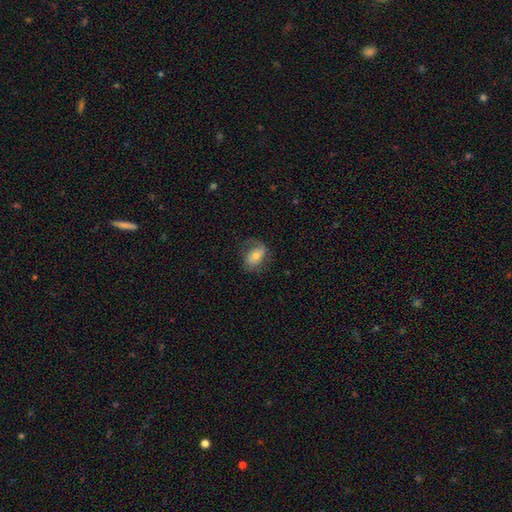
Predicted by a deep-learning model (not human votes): This is possibly a featured or disk galaxy (51%). It is clearly not viewed edge-on (95%). Merging: likely none (61%).